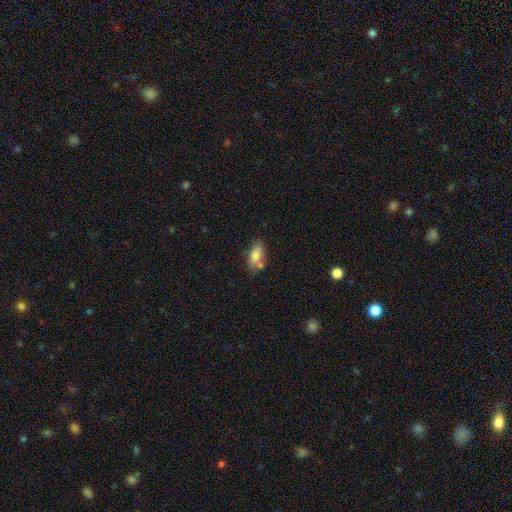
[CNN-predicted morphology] This appears to be a smooth galaxy with no disk features (78%) that is in between round and cigar-shaped (88%). Merging: none (62%).